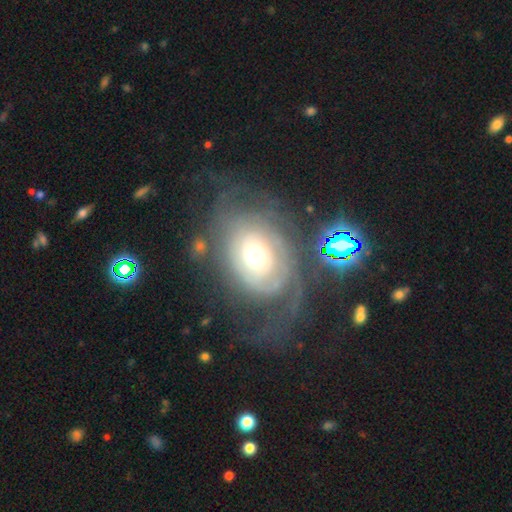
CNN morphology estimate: Q: Smooth or featured?
A: featured or disk (73%); runner-up: smooth (18%)
Q: Edge-on disk?
A: no (95%); runner-up: yes (5%)
Q: Bar?
A: no (81%); runner-up: weak (15%)
Q: Spiral arms?
A: yes (77%); runner-up: no (23%)
Q: Spiral winding?
A: tight (60%); runner-up: medium (26%)
Q: Spiral arm count?
A: can't tell (50%); runner-up: 2 (21%)
Q: Bulge size?
A: moderate (64%); runner-up: small (19%)
Q: Merging?
A: none (48%); runner-up: major disturbance (28%)